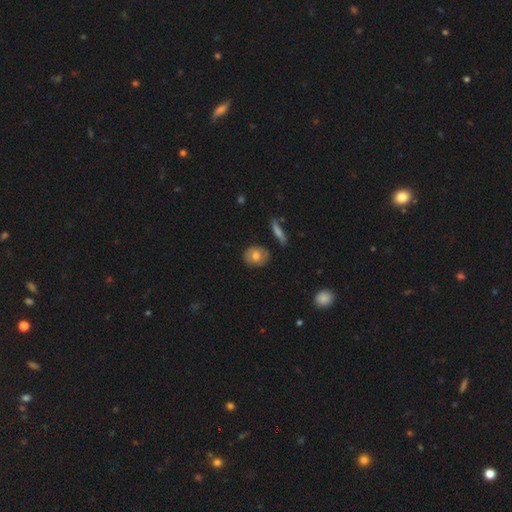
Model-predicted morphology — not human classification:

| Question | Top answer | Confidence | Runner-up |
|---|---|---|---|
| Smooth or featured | smooth | 65% | featured or disk (27%) |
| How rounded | round | 66% | in between (32%) |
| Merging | none | 82% | minor disturbance (13%) |